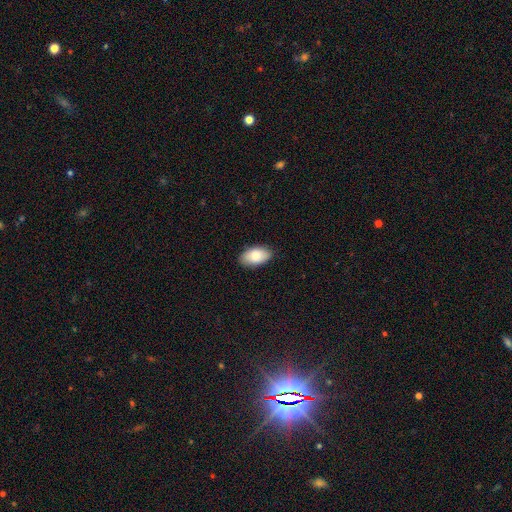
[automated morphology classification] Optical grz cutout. It shows a smooth galaxy with no disk features (86%) that is in between round and cigar-shaped (95%). Merging: none (86%).